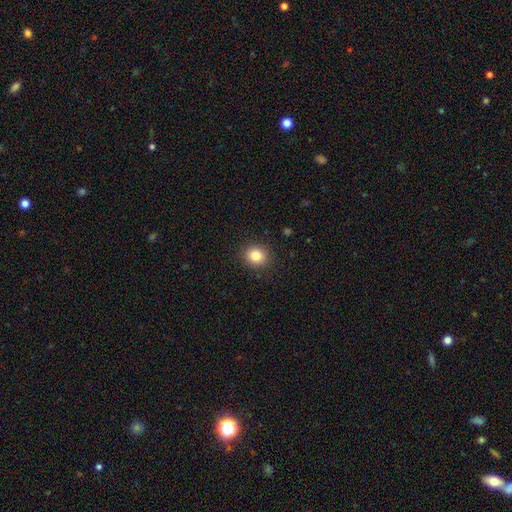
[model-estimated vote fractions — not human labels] smooth-or-featured: smooth: 83% | star or artifact: 11% | featured or disk: 6%
  how-rounded: round: 79% | in between: 20% | cigar-shaped: 1%
  merging: none: 90% | minor disturbance: 7% | major disturbance: 2% | merger: 1%